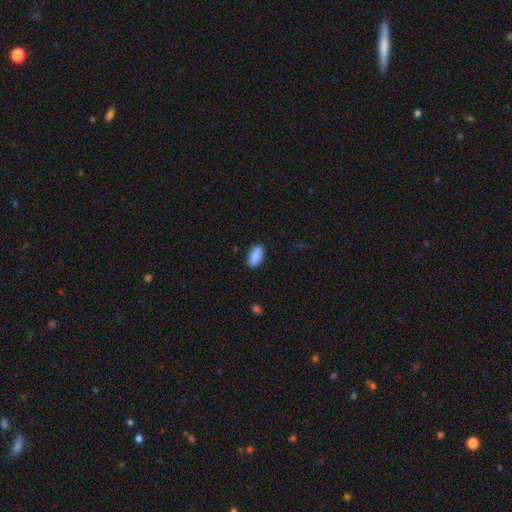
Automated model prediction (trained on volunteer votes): A smooth galaxy with no disk features (90%) that is in between round and cigar-shaped (90%). Merging: none (87%).